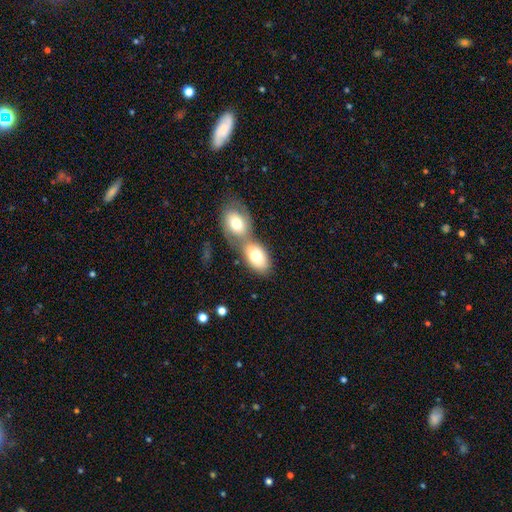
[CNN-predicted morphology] A smooth galaxy with no disk features (75%) that is in between round and cigar-shaped (84%). Merging: merger (60%).